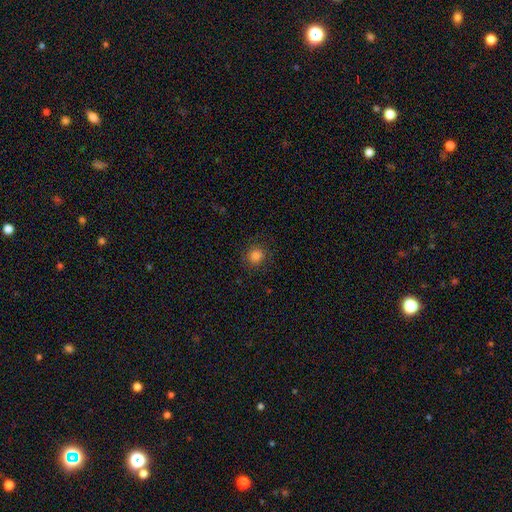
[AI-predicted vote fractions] A smooth galaxy with no disk features (84%) that is round (89%). Merging: none (88%).